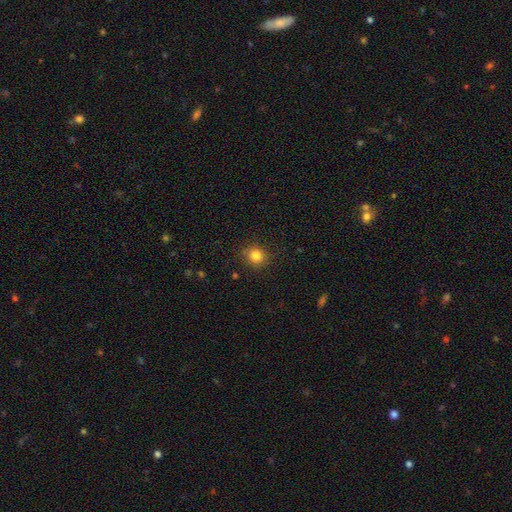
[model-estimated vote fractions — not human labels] The model was most divided on "how rounded": round: 85%, in between: 14%, cigar-shaped: 1%. More confident: merging — none (87%); smooth or featured — smooth (83%).